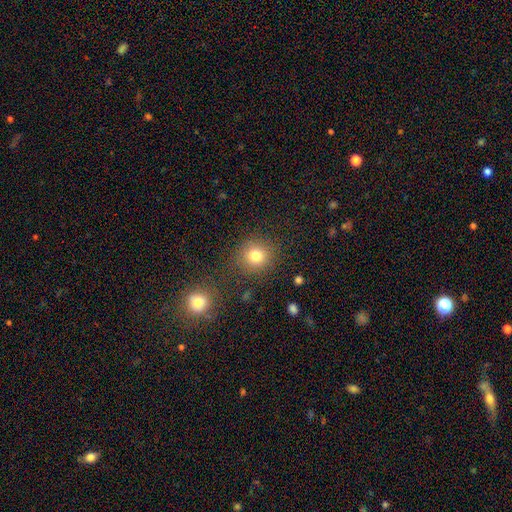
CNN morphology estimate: smooth-or-featured: smooth: 79% | star or artifact: 13% | featured or disk: 7%
  how-rounded: round: 87% | in between: 12% | cigar-shaped: 1%
  merging: none: 83% | minor disturbance: 9% | merger: 4% | major disturbance: 4%